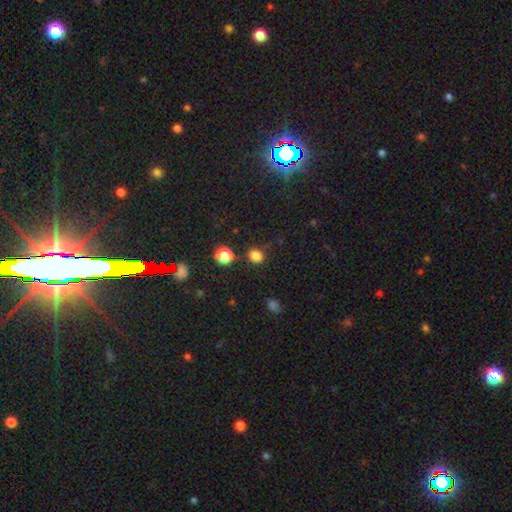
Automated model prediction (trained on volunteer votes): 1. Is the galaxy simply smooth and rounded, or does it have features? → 80% smooth, 16% star or artifact, 4% featured or disk.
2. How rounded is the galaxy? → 69% round, 29% in between, 1% cigar-shaped.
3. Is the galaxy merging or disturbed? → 78% none, 13% minor disturbance, 5% merger, 4% major disturbance.